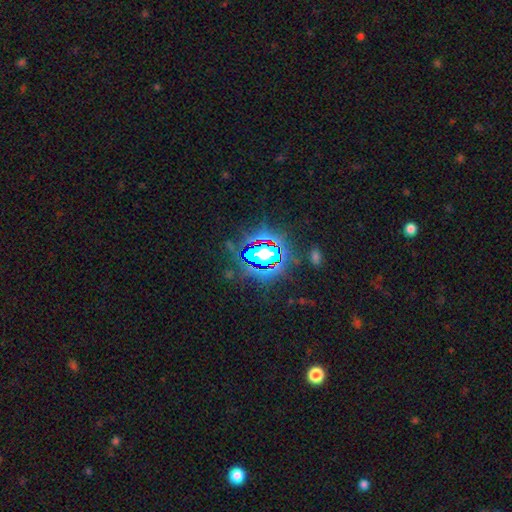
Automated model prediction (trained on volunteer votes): Overall: star or artifact (78%).